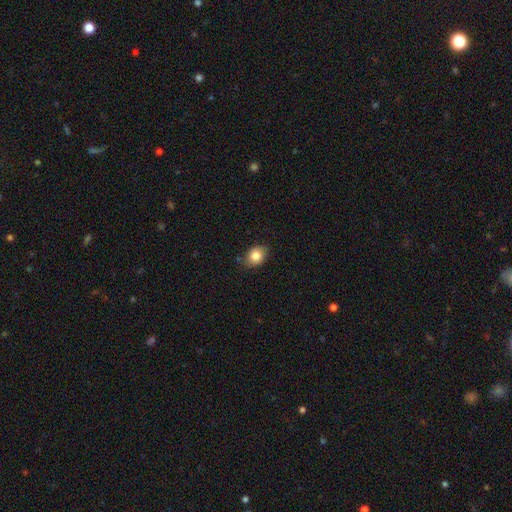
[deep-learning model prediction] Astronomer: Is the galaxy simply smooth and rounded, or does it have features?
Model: smooth — 83%.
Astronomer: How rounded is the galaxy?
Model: in between — 57% (runner-up: round, 42%).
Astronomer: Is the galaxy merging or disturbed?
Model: none — 79%.